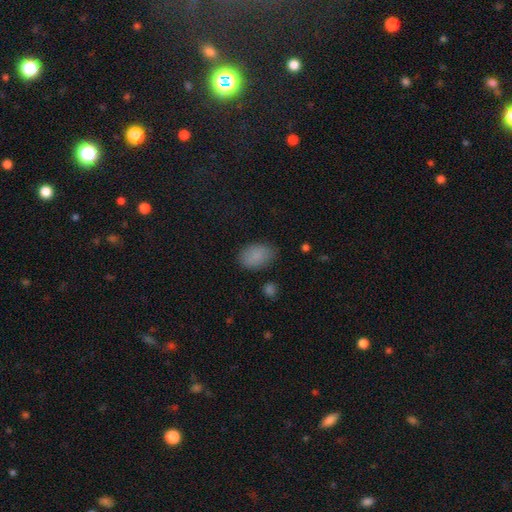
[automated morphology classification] Q: Smooth or featured?
A: smooth (87%); runner-up: star or artifact (9%)
Q: How rounded?
A: in between (88%); runner-up: round (11%)
Q: Merging?
A: none (78%); runner-up: minor disturbance (16%)